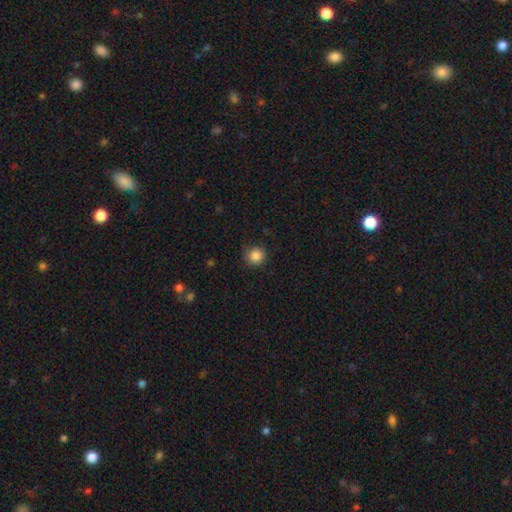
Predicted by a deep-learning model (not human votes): Smooth or featured: smooth — 86% (star or artifact — 10%)
How rounded: round — 93% (in between — 7%)
Merging: none — 85% (minor disturbance — 11%)